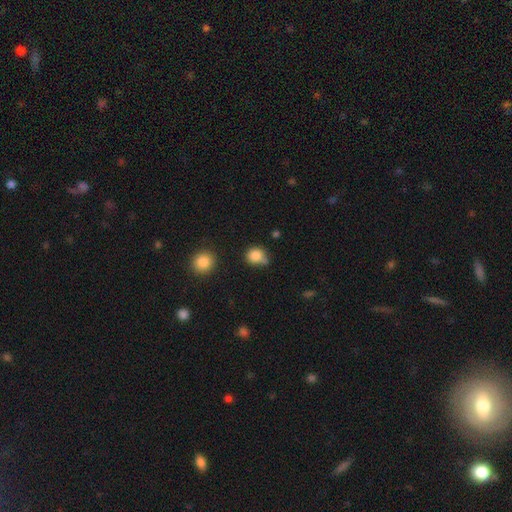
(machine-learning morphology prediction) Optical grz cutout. It shows a smooth galaxy with no disk features (83%) that is round (75%). Merging: none (54%).